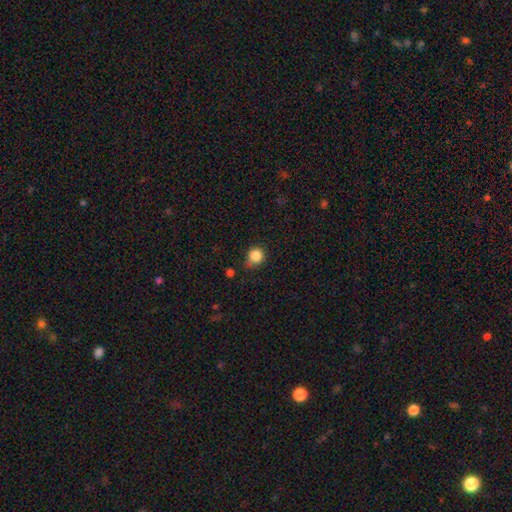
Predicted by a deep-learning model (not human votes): Morphology: type=smooth (86%); roundness=round (88%); merging=none (61%).